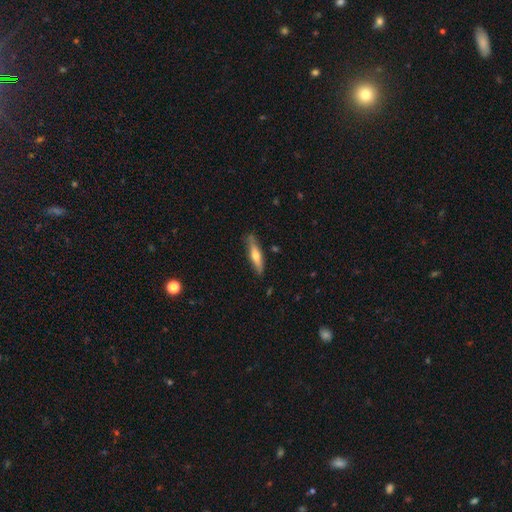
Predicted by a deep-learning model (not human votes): A smooth galaxy with no disk features (52%) that is cigar-shaped (79%).

Vote fractions:
- Smooth or featured? smooth: 52% / featured or disk: 43% / star or artifact: 6%
- How rounded? cigar-shaped: 79% / in between: 20% / round: 2%
- Merging? none: 82% / minor disturbance: 14% / major disturbance: 2% / merger: 2%